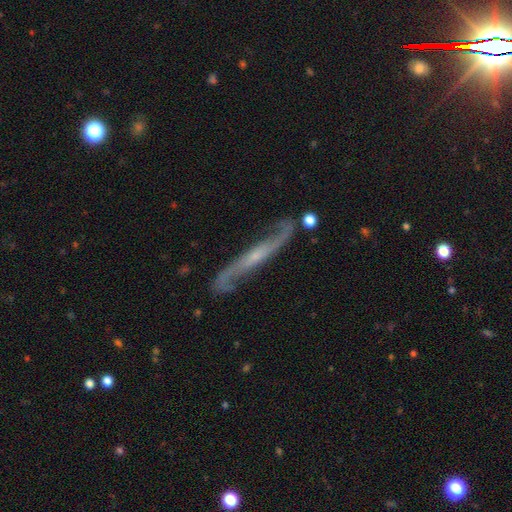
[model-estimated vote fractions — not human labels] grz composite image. It shows a featured or disk galaxy (84%). Merging: none (73%).